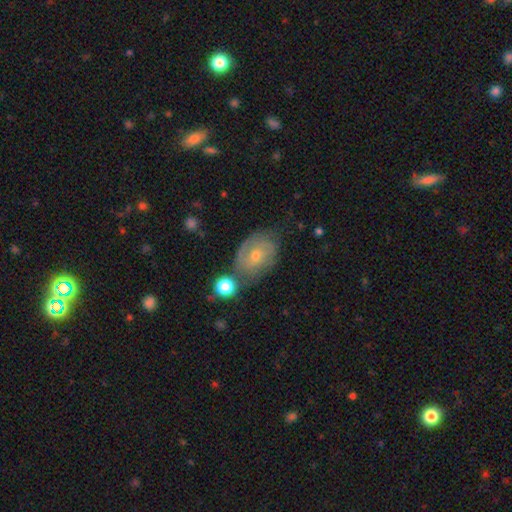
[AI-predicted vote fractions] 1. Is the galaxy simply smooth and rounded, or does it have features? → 65% featured or disk, 27% smooth, 9% star or artifact.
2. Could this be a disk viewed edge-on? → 96% no, 4% yes.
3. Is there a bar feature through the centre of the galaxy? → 62% no, 32% weak, 6% strong.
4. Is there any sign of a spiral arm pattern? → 81% yes, 19% no.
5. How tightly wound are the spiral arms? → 52% tight, 35% medium, 13% loose.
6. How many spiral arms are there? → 46% 2, 35% can't tell, 7% 3, 7% 1, 2% 4, 2% more than 4.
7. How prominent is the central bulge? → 56% small, 40% moderate, 1% none, 1% large, 1% dominant.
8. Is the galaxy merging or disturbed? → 57% none, 26% minor disturbance, 11% major disturbance, 7% merger.